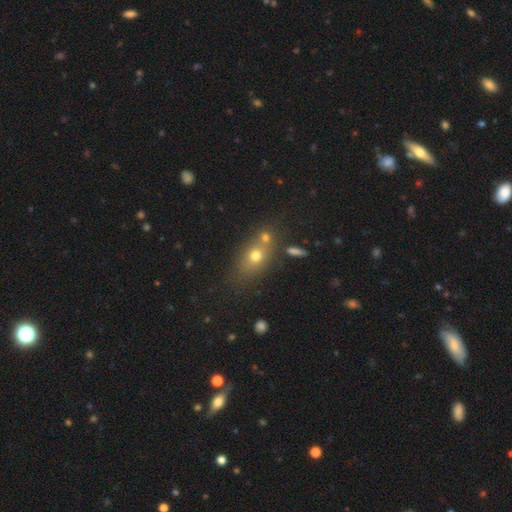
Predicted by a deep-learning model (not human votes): smooth 67%, featured or disk 18%, star or artifact 15%. Down the decision tree: how rounded — in between (61%); merging — none (52%).